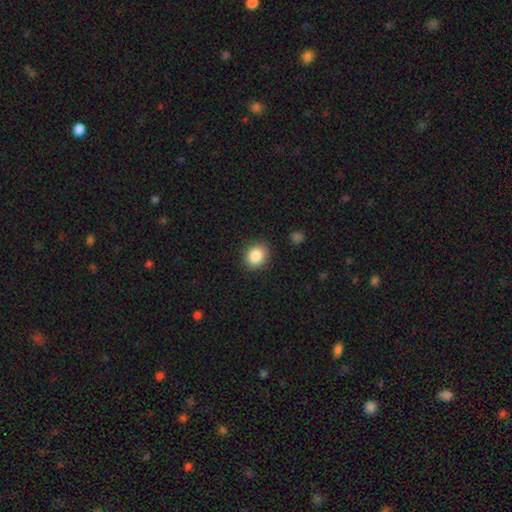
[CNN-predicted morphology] smooth-or-featured: smooth: 87% | star or artifact: 9% | featured or disk: 5%
  how-rounded: round: 65% | in between: 34% | cigar-shaped: 1%
  merging: none: 87% | minor disturbance: 9% | major disturbance: 3% | merger: 1%